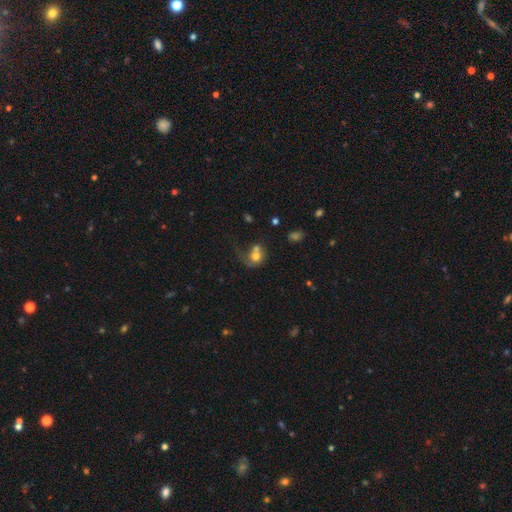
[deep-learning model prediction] A smooth galaxy with no disk features (67%) that is round (63%). Merging: merger (48%).